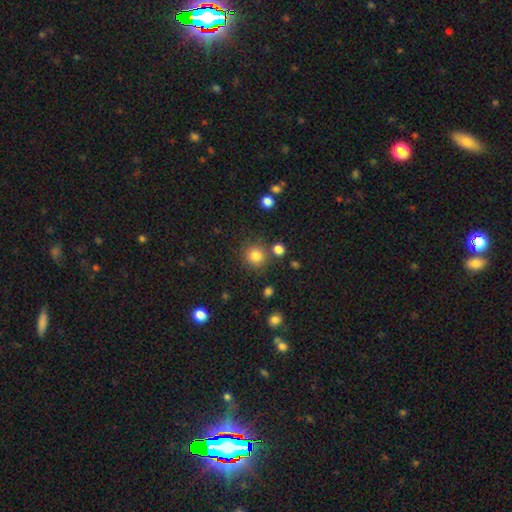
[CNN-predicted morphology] Overall: smooth (83%). How rounded: round (91%). Merging: none (81%).